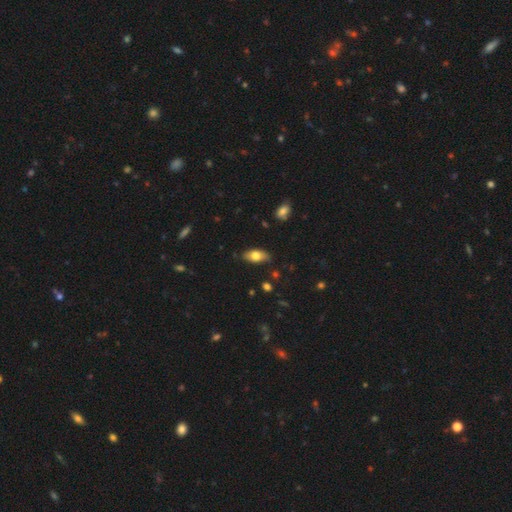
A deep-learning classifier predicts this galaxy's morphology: A smooth galaxy with no disk features (76%) that is in between round and cigar-shaped (90%).

Vote fractions:
- Smooth or featured? smooth: 76% / featured or disk: 17% / star or artifact: 7%
- How rounded? in between: 90% / cigar-shaped: 7% / round: 4%
- Merging? none: 80% / minor disturbance: 16% / major disturbance: 3% / merger: 1%